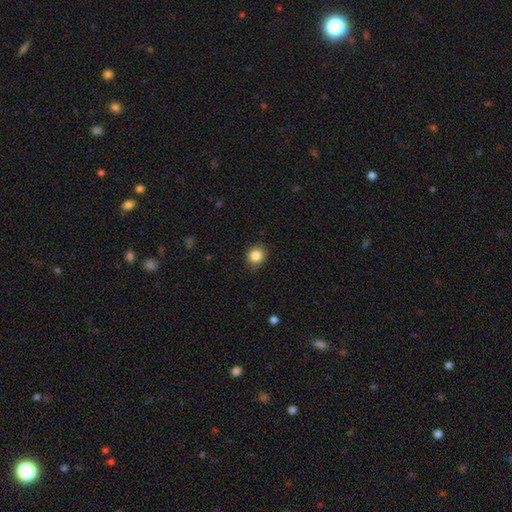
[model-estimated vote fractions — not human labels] Smooth or featured? Predicted: smooth (p=0.85). How rounded? Predicted: round (p=0.80). Merging? Predicted: none (p=0.82).